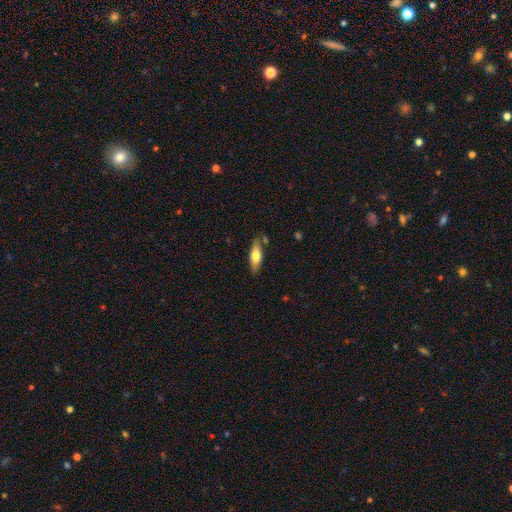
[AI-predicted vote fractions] Smooth or featured?
  - smooth: 65% *
  - featured or disk: 29%
  - star or artifact: 6%
How rounded?
  - in between: 57% *
  - cigar-shaped: 41%
  - round: 2%
Merging?
  - none: 79% *
  - minor disturbance: 14%
  - merger: 4%
  - major disturbance: 3%